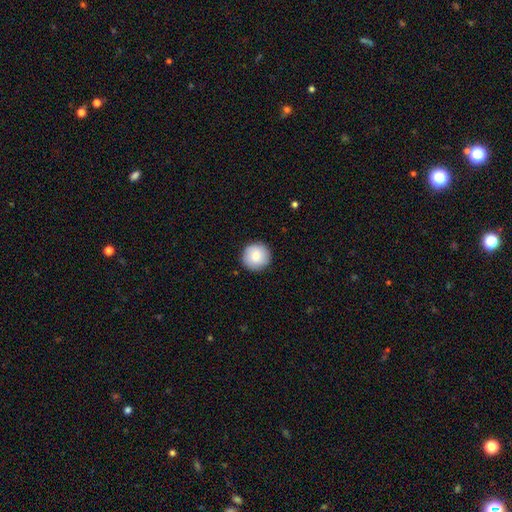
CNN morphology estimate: smooth-or-featured: smooth: 86% | featured or disk: 7% | star or artifact: 7%
  how-rounded: round: 96% | in between: 3% | cigar-shaped: 1%
  merging: none: 91% | minor disturbance: 6% | major disturbance: 2% | merger: 1%